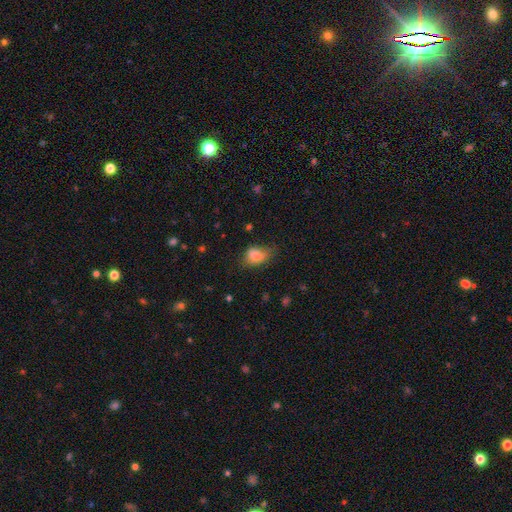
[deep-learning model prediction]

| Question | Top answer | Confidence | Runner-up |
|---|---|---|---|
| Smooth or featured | smooth | 82% | star or artifact (9%) |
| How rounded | in between | 77% | round (22%) |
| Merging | none | 42% | minor disturbance (38%) |